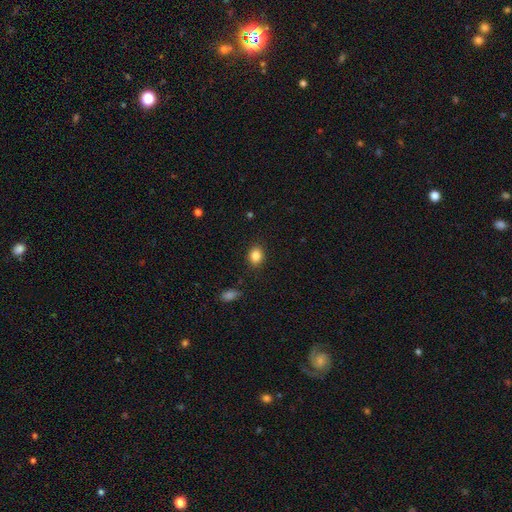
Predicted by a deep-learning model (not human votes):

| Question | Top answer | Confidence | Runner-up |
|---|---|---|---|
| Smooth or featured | smooth | 85% | star or artifact (10%) |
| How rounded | in between | 56% | round (43%) |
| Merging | none | 87% | minor disturbance (9%) |